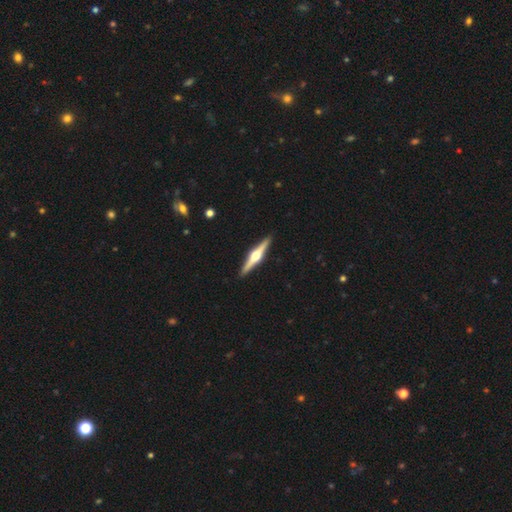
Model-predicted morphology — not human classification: Smooth or featured? Predicted: featured or disk (p=0.82). Edge-on disk? Predicted: yes (p=0.98). Edge-on bulge? Predicted: rounded (p=0.96). Merging? Predicted: none (p=0.93).